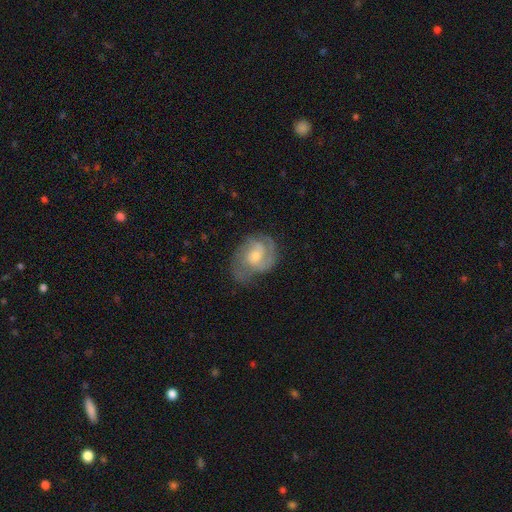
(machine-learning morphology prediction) Smooth or featured: featured or disk — 80% (smooth — 13%)
Edge-on disk: no — 97% (yes — 3%)
Bar: no — 59% (weak — 35%)
Spiral arms: yes — 95% (no — 5%)
Spiral winding: tight — 48% (medium — 41%)
Spiral arm count: 2 — 54% (3 — 20%)
Bulge size: moderate — 48% (small — 46%)
Merging: none — 63% (minor disturbance — 23%)